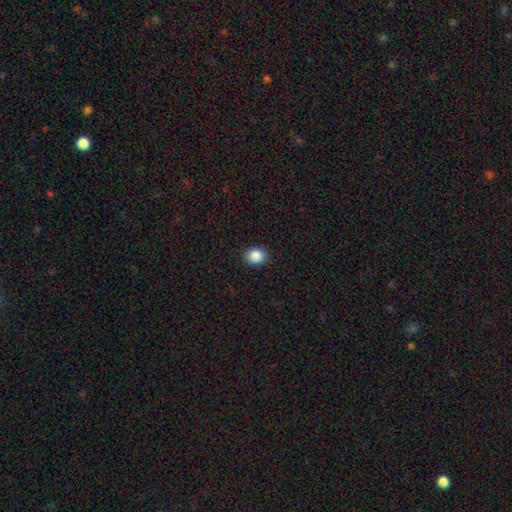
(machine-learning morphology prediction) The model was most divided on "how rounded": round: 55%, in between: 44%, cigar-shaped: 1%. More confident: merging — none (89%); smooth or featured — smooth (88%).